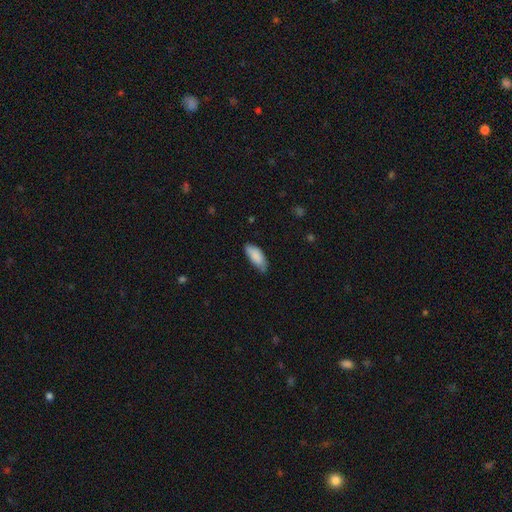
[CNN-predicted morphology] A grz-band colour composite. It shows a smooth galaxy with no disk features (87%) that is in between round and cigar-shaped (83%). Merging: none (64%).